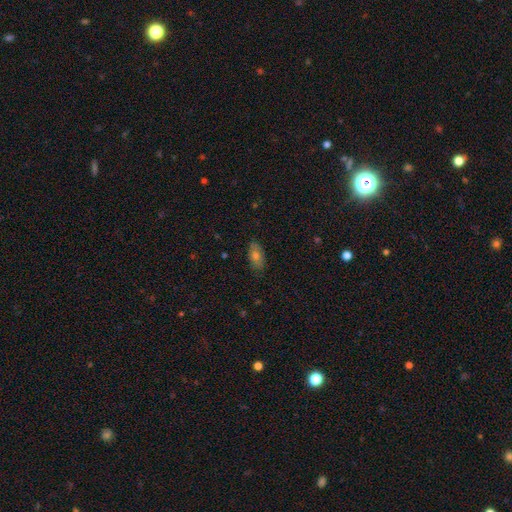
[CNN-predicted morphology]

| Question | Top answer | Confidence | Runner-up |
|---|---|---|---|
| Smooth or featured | smooth | 62% | featured or disk (27%) |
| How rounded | in between | 88% | cigar-shaped (7%) |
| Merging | none | 84% | minor disturbance (13%) |